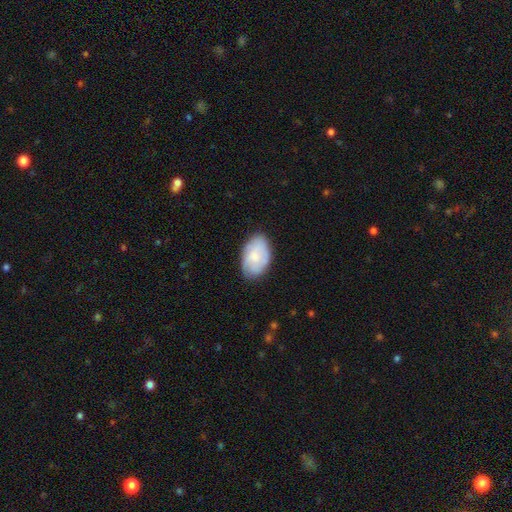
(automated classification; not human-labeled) The model was most divided on "smooth or featured": smooth: 70%, featured or disk: 24%, star or artifact: 6%. More confident: how rounded — in between (91%); merging — none (75%).